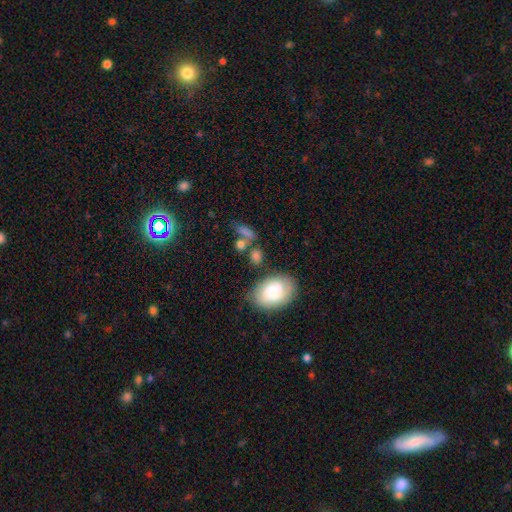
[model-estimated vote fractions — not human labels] A smooth galaxy with no disk features (70%) that is in between round and cigar-shaped (69%). Merging: none (59%).